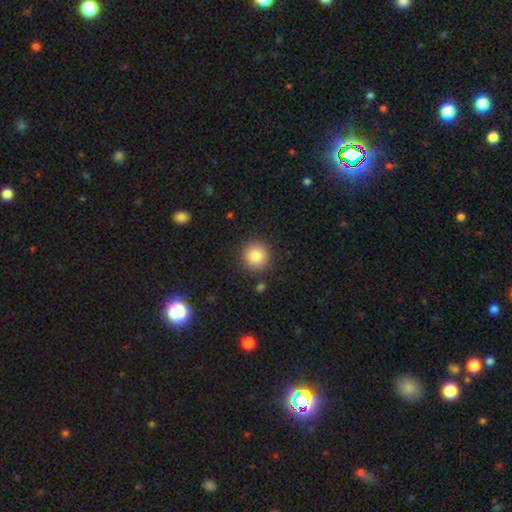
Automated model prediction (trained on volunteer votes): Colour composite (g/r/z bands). It shows a smooth galaxy with no disk features (84%) that is round (92%). Merging: none (88%).